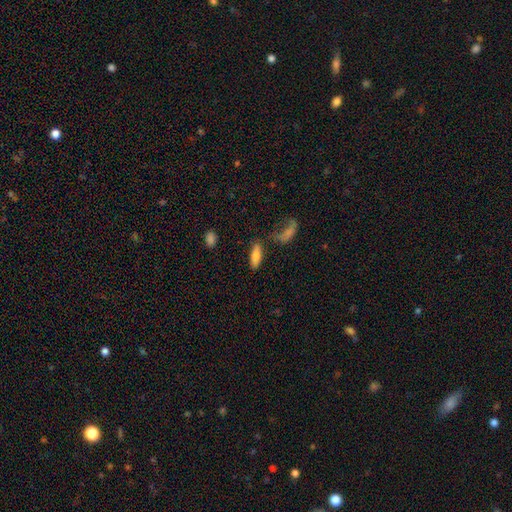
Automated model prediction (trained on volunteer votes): The model was most divided on "how rounded": in between: 59%, cigar-shaped: 38%, round: 3%. More confident: smooth or featured — smooth (72%); merging — none (71%).